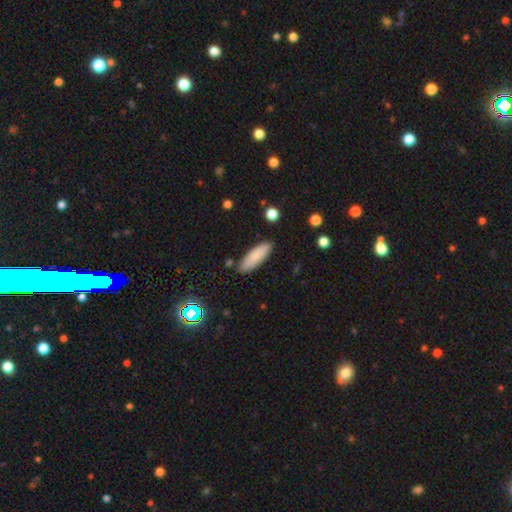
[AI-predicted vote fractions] Smooth or featured: smooth — 85% (featured or disk — 9%)
How rounded: in between — 51% (cigar-shaped — 48%)
Merging: none — 86% (minor disturbance — 10%)